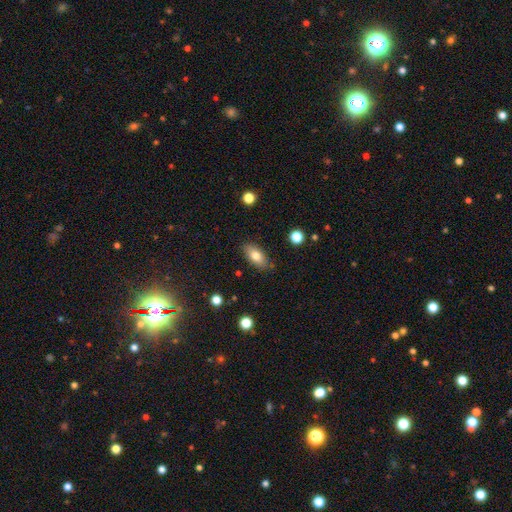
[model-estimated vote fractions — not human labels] A smooth galaxy with no disk features (78%) that is in between round and cigar-shaped (87%). Merging: none (83%).